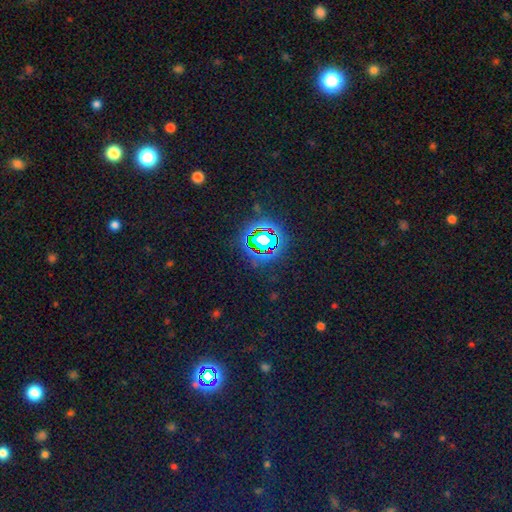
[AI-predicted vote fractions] Morphology: type=star or artifact (80%).